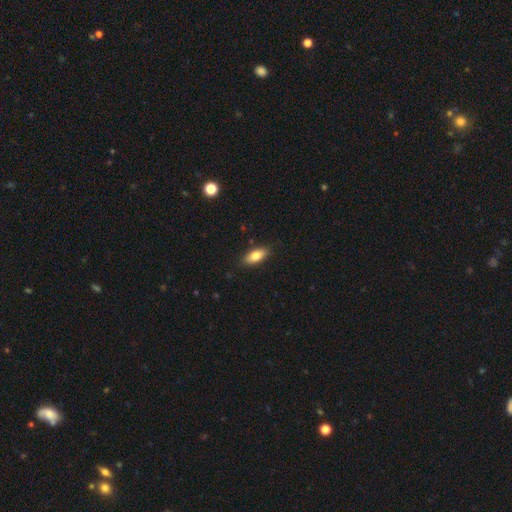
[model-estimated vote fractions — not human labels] smooth 79%, featured or disk 14%, star or artifact 7%. Down the decision tree: how rounded — in between (85%); merging — none (87%).